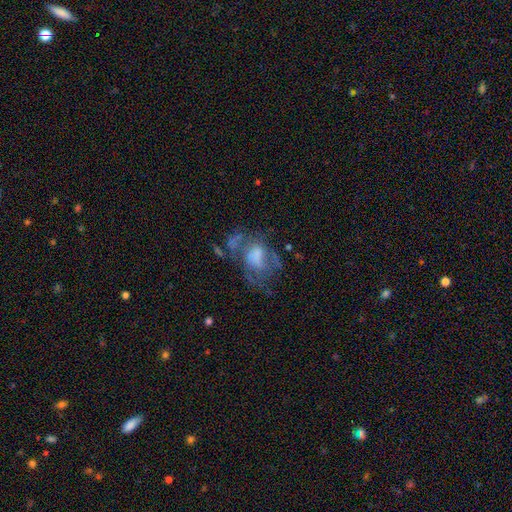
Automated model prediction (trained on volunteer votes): Smooth or featured: featured or disk — 58% (smooth — 28%)
Edge-on disk: no — 97% (yes — 3%)
Bar: no — 71% (weak — 24%)
Spiral arms: no — 65% (yes — 35%)
Bulge size: moderate — 31% (none — 29%)
Merging: major disturbance — 34% (none — 33%)